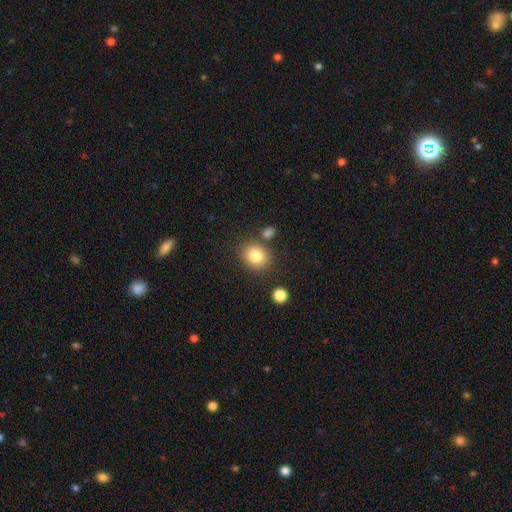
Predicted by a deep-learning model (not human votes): Smooth or featured? Predicted: smooth (p=0.82). How rounded? Predicted: round (p=0.68). Merging? Predicted: none (p=0.78).